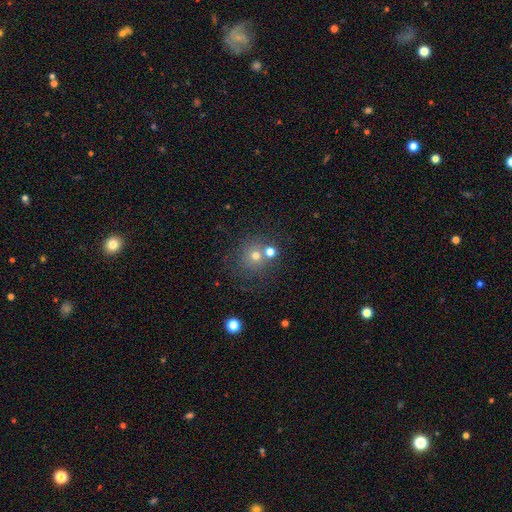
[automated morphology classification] Overall: smooth (66%). How rounded: round (88%). Merging: none (61%; merger 23%).